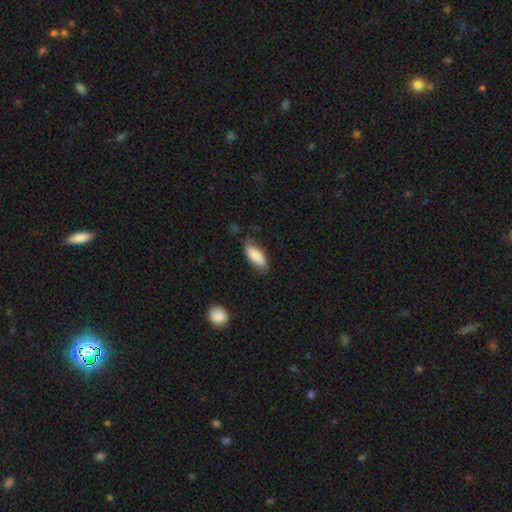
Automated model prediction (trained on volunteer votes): Smooth or featured: smooth — 82% (featured or disk — 11%)
How rounded: in between — 75% (cigar-shaped — 23%)
Merging: none — 70% (minor disturbance — 24%)